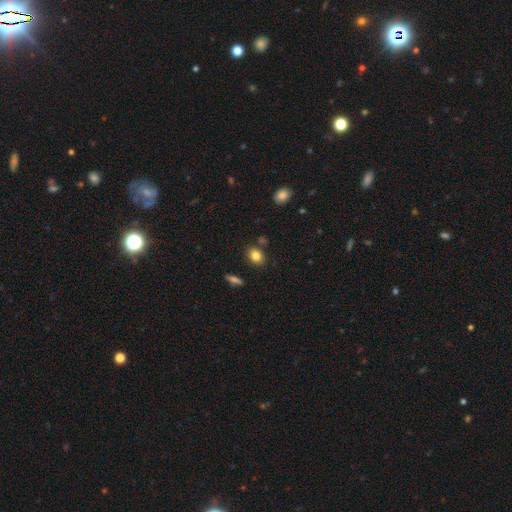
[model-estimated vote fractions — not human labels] Smooth or featured: smooth — 82% (star or artifact — 10%)
How rounded: in between — 56% (round — 43%)
Merging: none — 81% (minor disturbance — 11%)